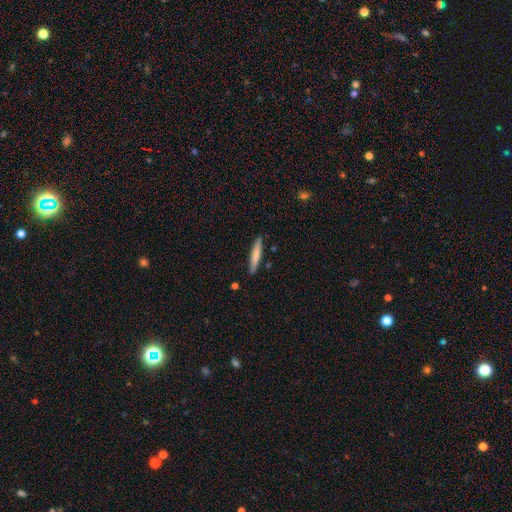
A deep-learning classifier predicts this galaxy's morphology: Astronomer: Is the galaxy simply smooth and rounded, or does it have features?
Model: smooth — 71%.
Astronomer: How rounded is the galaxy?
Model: cigar-shaped — 93%.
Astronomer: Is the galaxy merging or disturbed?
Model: none — 88%.